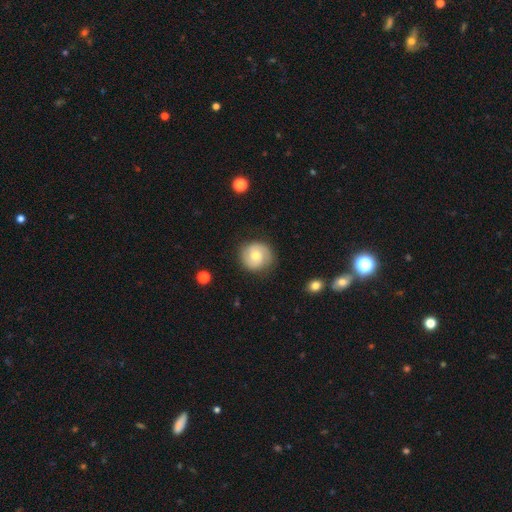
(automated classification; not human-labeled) Smooth or featured?
  - featured or disk: 58% *
  - smooth: 35%
  - star or artifact: 7%
Edge-on disk?
  - no: 98% *
  - yes: 2%
Bar?
  - no: 65% *
  - weak: 30%
  - strong: 5%
Spiral arms?
  - yes: 88% *
  - no: 12%
Bulge size?
  - moderate: 58% *
  - small: 37%
  - large: 3%
  - none: 1%
  - dominant: 1%
Merging?
  - none: 83% *
  - minor disturbance: 13%
  - major disturbance: 4%
  - merger: 1%